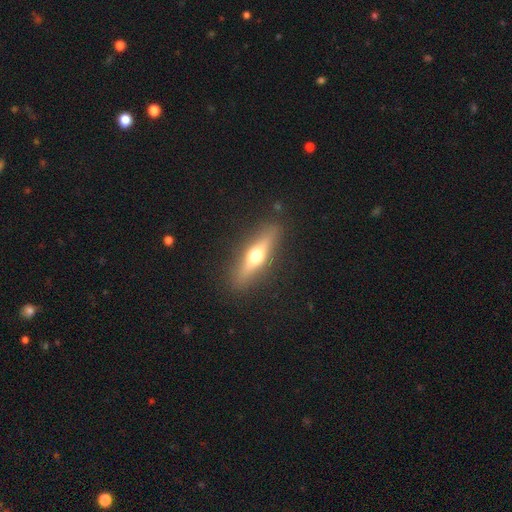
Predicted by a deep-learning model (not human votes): Morphology: type=featured or disk (56%); edge-on=yes (91%); edge-on bulge=rounded (95%); merging=none (89%).